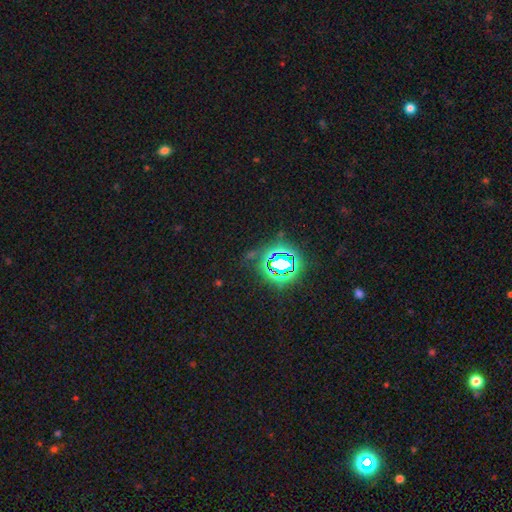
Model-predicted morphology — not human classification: Smooth or featured? star or artifact (81%)